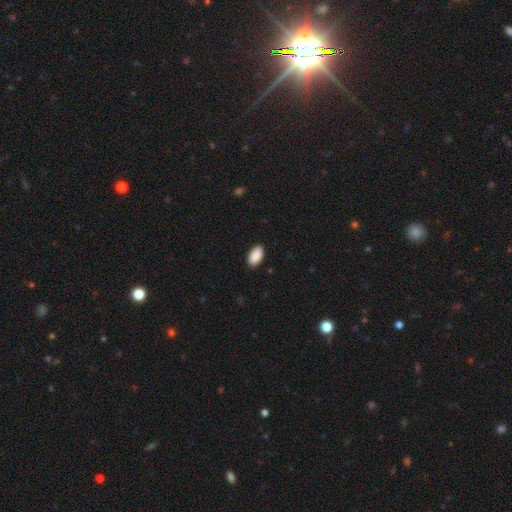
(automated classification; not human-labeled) Smooth or featured? smooth (91%)
How rounded? in between (95%)
Merging? none (90%)